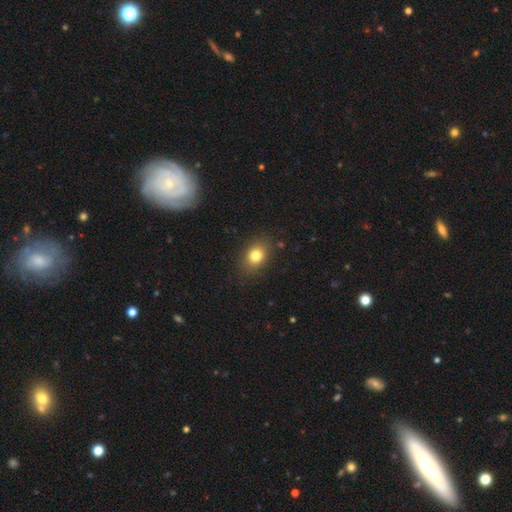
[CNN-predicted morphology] Q: Smooth or featured?
A: smooth (80%); runner-up: star or artifact (11%)
Q: How rounded?
A: in between (62%); runner-up: round (36%)
Q: Merging?
A: none (85%); runner-up: minor disturbance (11%)